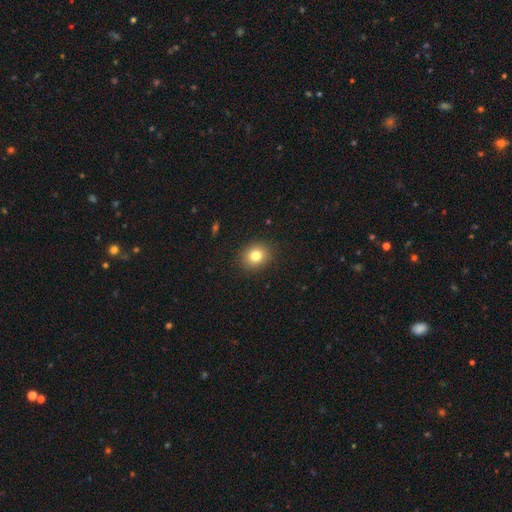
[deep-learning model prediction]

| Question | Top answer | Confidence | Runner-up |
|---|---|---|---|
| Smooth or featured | smooth | 80% | star or artifact (11%) |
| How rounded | round | 63% | in between (36%) |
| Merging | none | 90% | minor disturbance (7%) |